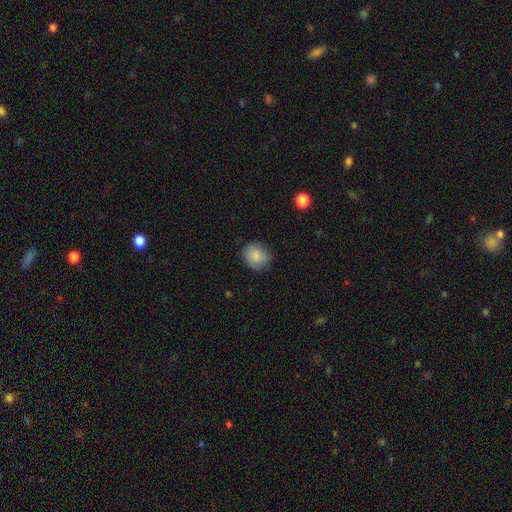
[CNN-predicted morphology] Smooth or featured: smooth — 85% (featured or disk — 8%)
How rounded: round — 73% (in between — 26%)
Merging: none — 81% (minor disturbance — 15%)